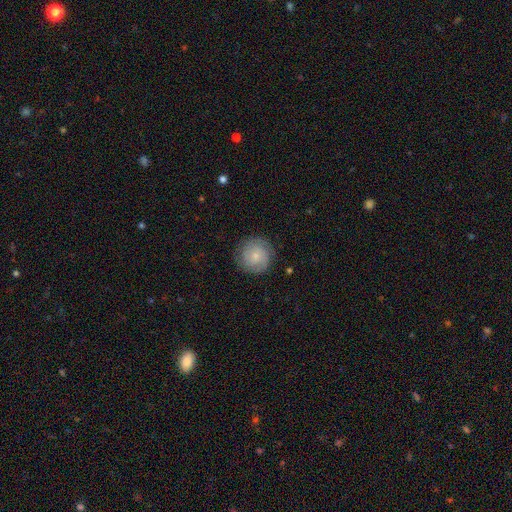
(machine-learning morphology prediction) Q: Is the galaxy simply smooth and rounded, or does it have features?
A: smooth — 48%.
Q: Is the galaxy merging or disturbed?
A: none — 84%.